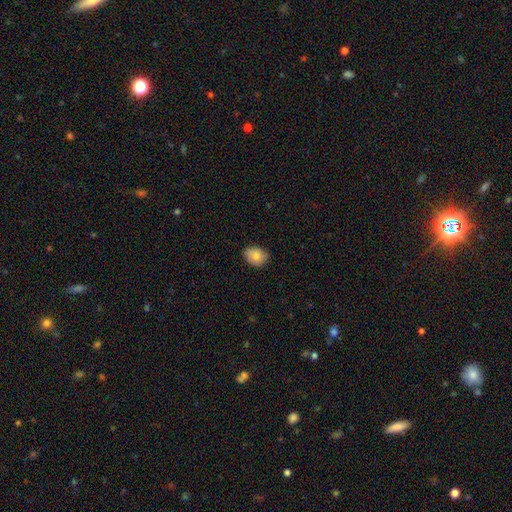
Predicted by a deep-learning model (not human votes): The model was most divided on "how rounded": in between: 54%, round: 45%, cigar-shaped: 1%. More confident: smooth or featured — smooth (79%); merging — none (75%).